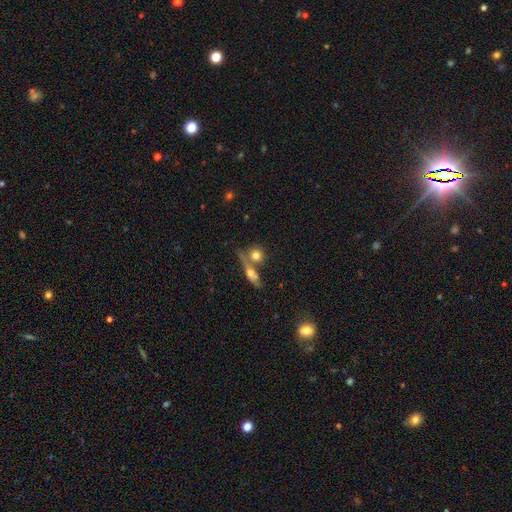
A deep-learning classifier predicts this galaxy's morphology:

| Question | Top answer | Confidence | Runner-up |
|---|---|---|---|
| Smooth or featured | smooth | 71% | featured or disk (19%) |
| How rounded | round | 71% | in between (20%) |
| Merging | none | 48% | merger (37%) |